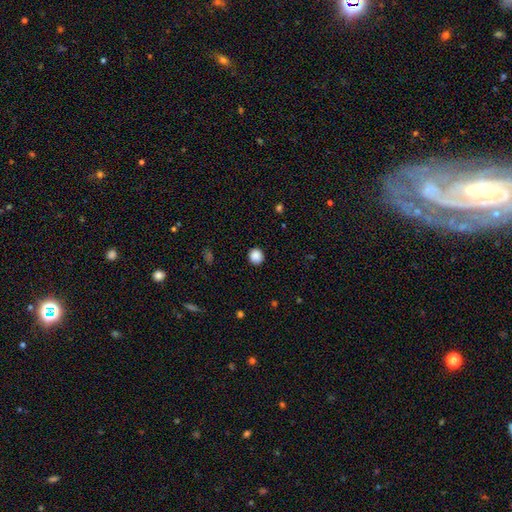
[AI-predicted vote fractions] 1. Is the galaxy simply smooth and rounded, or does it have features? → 88% smooth, 9% star or artifact, 3% featured or disk.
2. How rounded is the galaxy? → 91% round, 8% in between, 1% cigar-shaped.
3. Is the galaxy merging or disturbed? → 92% none, 5% minor disturbance, 2% major disturbance, 1% merger.